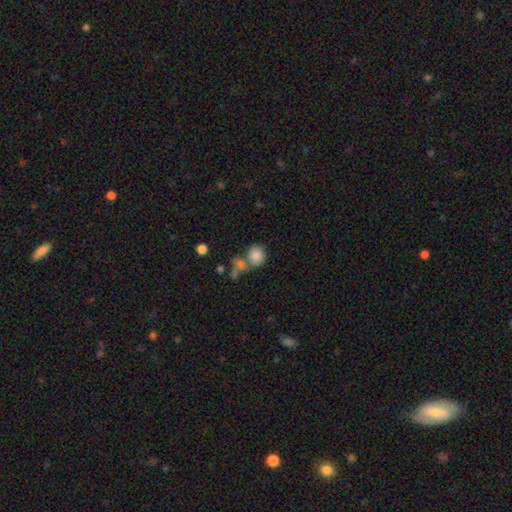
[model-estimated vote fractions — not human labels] Smooth or featured?
  - smooth: 83% *
  - star or artifact: 9%
  - featured or disk: 8%
How rounded?
  - round: 78% *
  - in between: 21%
  - cigar-shaped: 1%
Merging?
  - none: 48% *
  - merger: 35%
  - minor disturbance: 11%
  - major disturbance: 5%